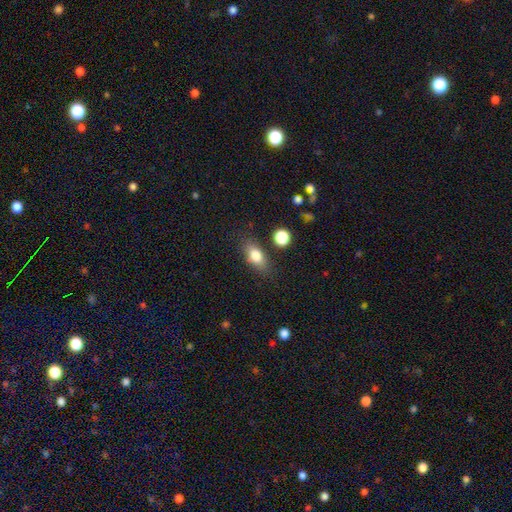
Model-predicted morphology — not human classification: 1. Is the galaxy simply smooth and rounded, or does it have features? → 77% smooth, 14% featured or disk, 9% star or artifact.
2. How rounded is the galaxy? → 76% in between, 15% cigar-shaped, 9% round.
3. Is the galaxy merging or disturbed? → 79% none, 14% minor disturbance, 4% major disturbance, 4% merger.